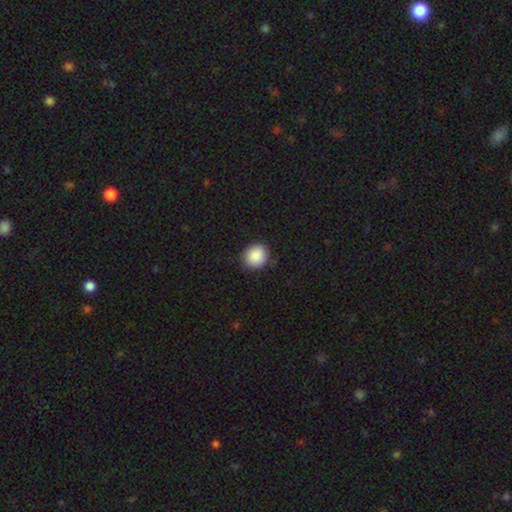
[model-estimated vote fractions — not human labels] The model was most divided on "how rounded": round: 81%, in between: 18%, cigar-shaped: 1%. More confident: smooth or featured — smooth (89%); merging — none (87%).